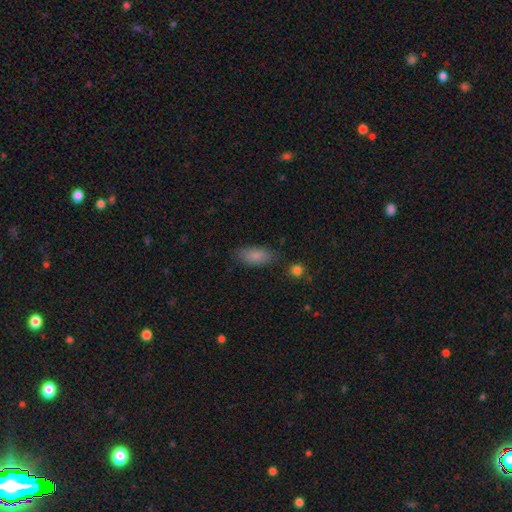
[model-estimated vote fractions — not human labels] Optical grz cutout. It shows a smooth galaxy with no disk features (84%) that is in between round and cigar-shaped (87%). Merging: none (79%).